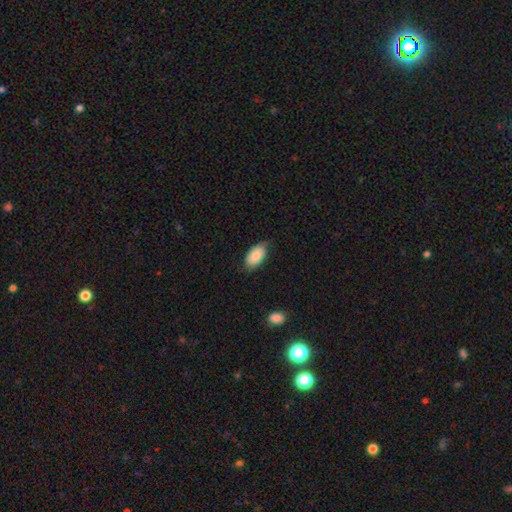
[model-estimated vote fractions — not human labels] Overall: smooth (79%). How rounded: in between (95%). Merging: none (71%).